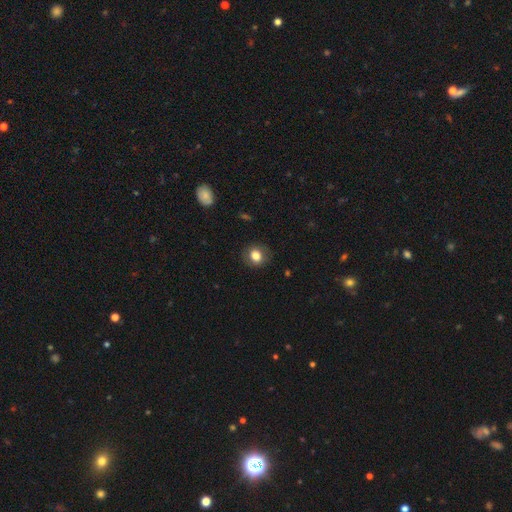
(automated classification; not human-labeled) A smooth galaxy with no disk features (81%) that is round (67%).

Vote fractions:
- Smooth or featured? smooth: 81% / featured or disk: 10% / star or artifact: 9%
- How rounded? round: 67% / in between: 32% / cigar-shaped: 1%
- Merging? none: 86% / minor disturbance: 10% / major disturbance: 3% / merger: 1%